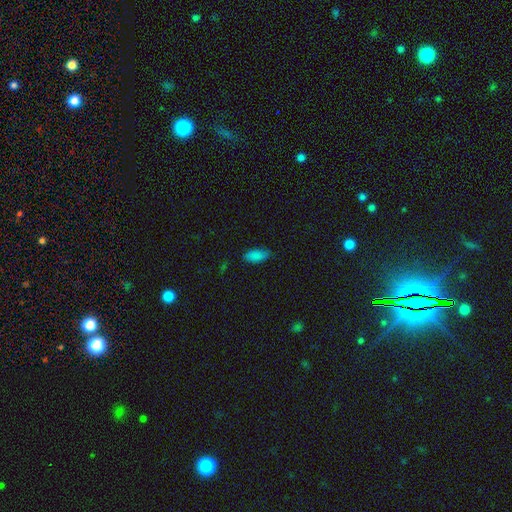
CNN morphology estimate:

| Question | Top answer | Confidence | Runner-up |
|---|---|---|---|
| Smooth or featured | smooth | 86% | star or artifact (9%) |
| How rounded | in between | 88% | cigar-shaped (10%) |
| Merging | none | 81% | minor disturbance (15%) |